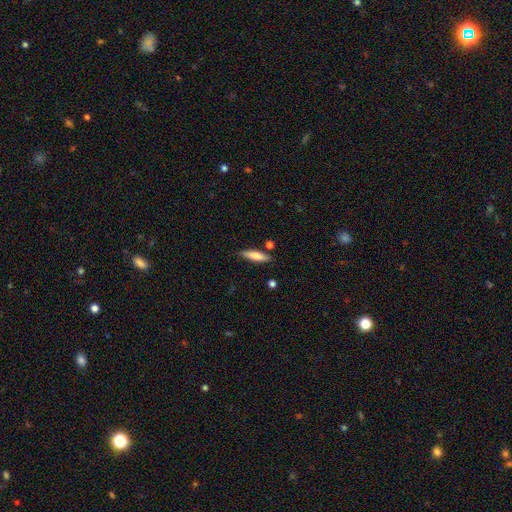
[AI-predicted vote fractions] Smooth or featured?
  - smooth: 68% *
  - featured or disk: 26%
  - star or artifact: 6%
How rounded?
  - cigar-shaped: 72% *
  - in between: 26%
  - round: 2%
Merging?
  - none: 81% *
  - minor disturbance: 12%
  - merger: 4%
  - major disturbance: 2%